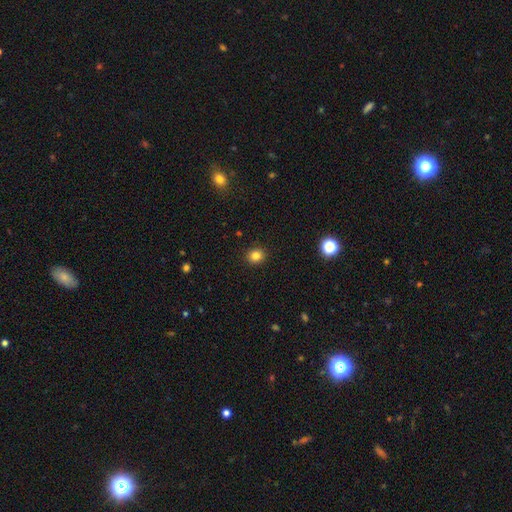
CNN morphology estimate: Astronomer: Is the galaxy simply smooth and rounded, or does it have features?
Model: smooth — 82%.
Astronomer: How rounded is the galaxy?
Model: round — 81%.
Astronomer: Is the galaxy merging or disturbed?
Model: none — 91%.